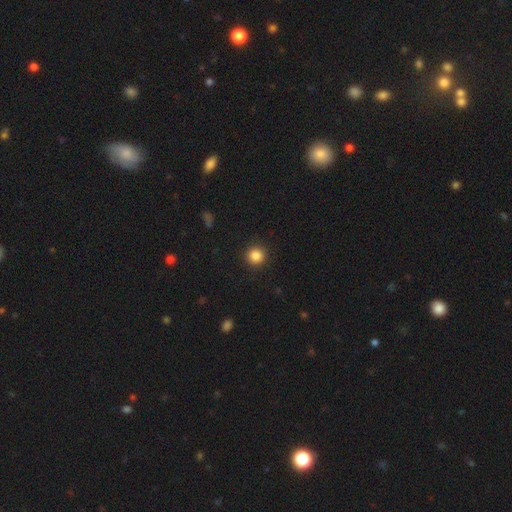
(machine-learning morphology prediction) Smooth or featured? Predicted: smooth (p=0.86). How rounded? Predicted: round (p=0.94). Merging? Predicted: none (p=0.92).